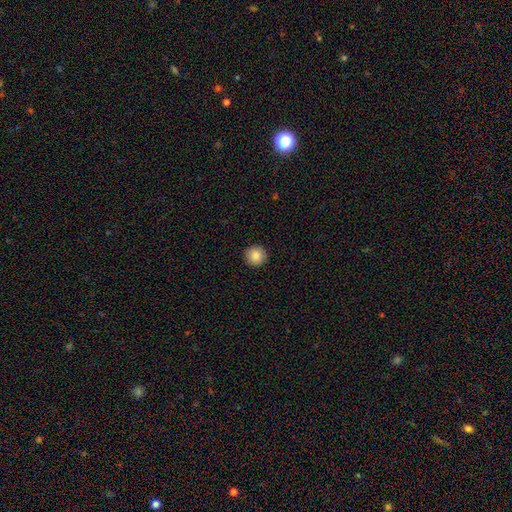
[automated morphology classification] This appears to be a smooth galaxy with no disk features (86%) that is round (95%). Merging: none (92%).